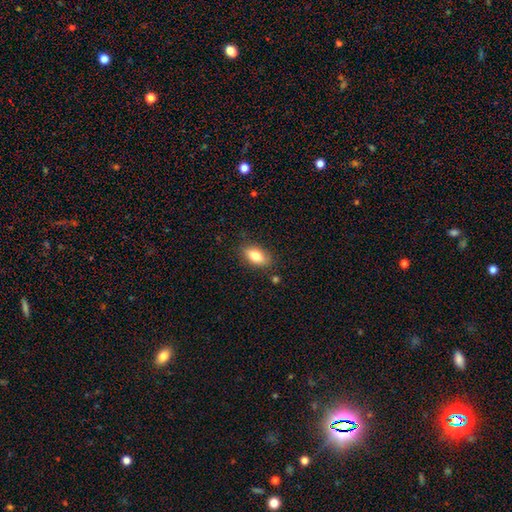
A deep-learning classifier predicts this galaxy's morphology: Overall: smooth (77%). How rounded: in between (86%). Merging: none (81%).